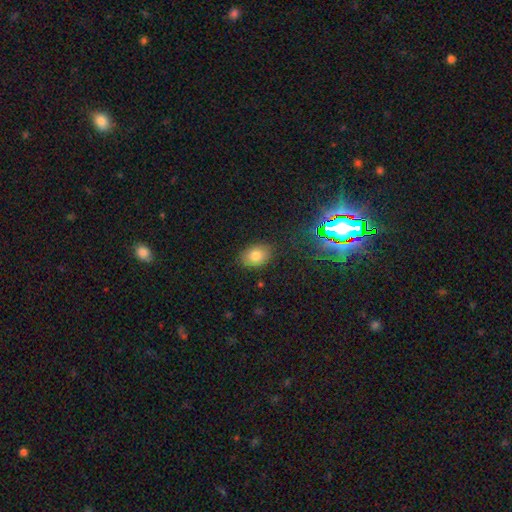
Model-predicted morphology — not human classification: This is likely a smooth galaxy (79%). How rounded: likely in between (75%). Merging: clearly none (85%).